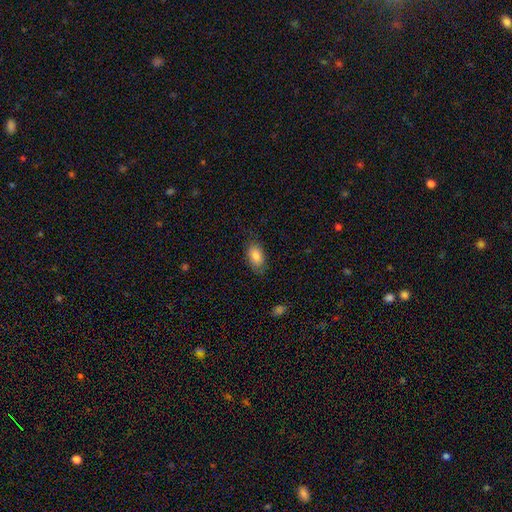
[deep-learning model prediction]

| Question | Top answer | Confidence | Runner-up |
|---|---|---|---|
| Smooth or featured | smooth | 86% | featured or disk (7%) |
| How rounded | in between | 91% | round (6%) |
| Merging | none | 78% | minor disturbance (17%) |